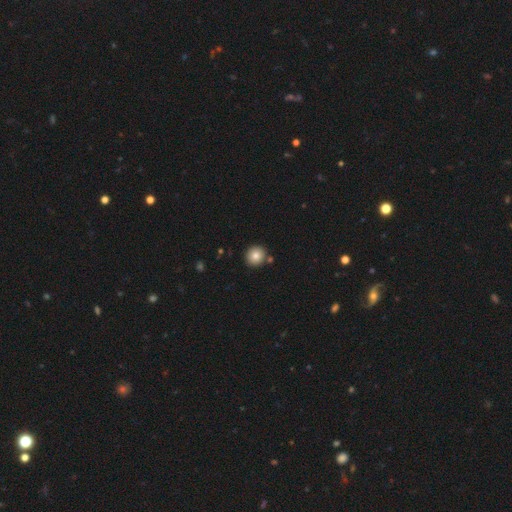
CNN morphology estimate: smooth_or_featured: smooth (p=0.82) [alt: star or artifact p=0.10]
how_rounded: round (p=0.92) [alt: in between p=0.07]
merging: none (p=0.84) [alt: minor disturbance p=0.07]